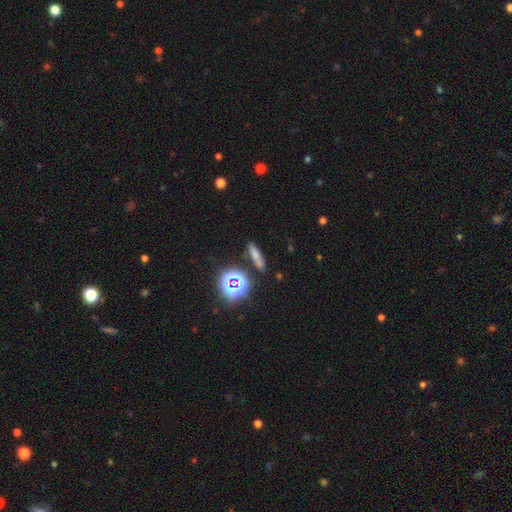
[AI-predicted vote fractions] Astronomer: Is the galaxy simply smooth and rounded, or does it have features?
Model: smooth — 64%.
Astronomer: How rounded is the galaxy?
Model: cigar-shaped — 67%.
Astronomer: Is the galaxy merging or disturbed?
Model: none — 82%.